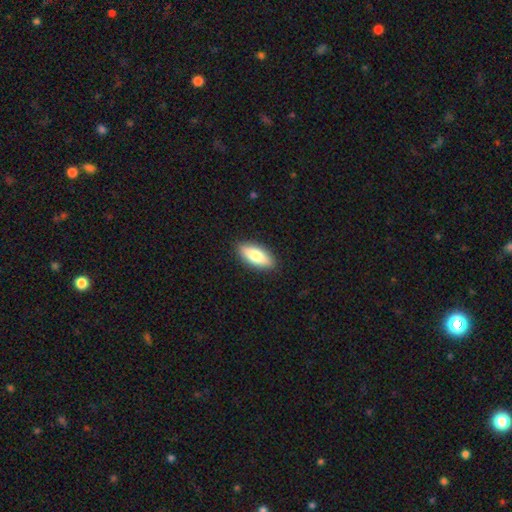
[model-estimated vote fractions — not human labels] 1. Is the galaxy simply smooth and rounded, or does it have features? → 77% smooth, 17% featured or disk, 6% star or artifact.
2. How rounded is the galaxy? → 81% in between, 17% cigar-shaped, 2% round.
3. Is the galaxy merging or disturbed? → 89% none, 8% minor disturbance, 2% major disturbance, 1% merger.